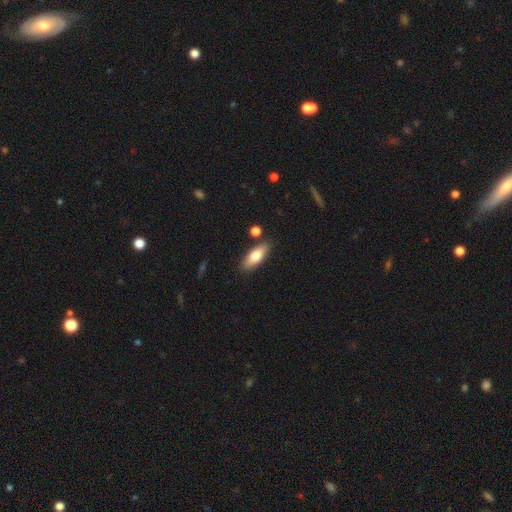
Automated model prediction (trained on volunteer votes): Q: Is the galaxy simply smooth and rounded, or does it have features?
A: smooth — 72%.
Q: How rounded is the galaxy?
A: in between — 69%.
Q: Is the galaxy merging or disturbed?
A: none — 83%.